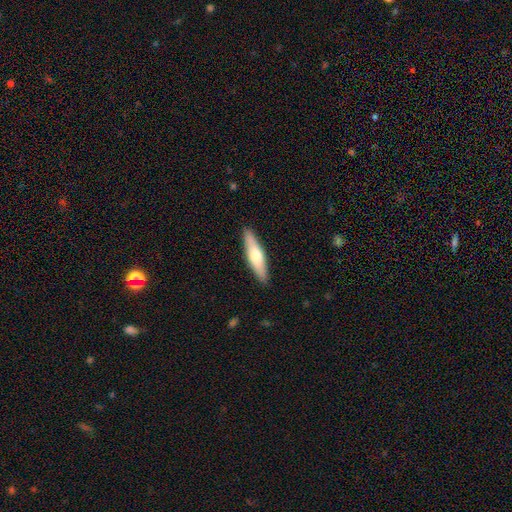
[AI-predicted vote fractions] This appears to be a smooth galaxy with no disk features (58%) that is cigar-shaped (75%). Merging: none (90%).